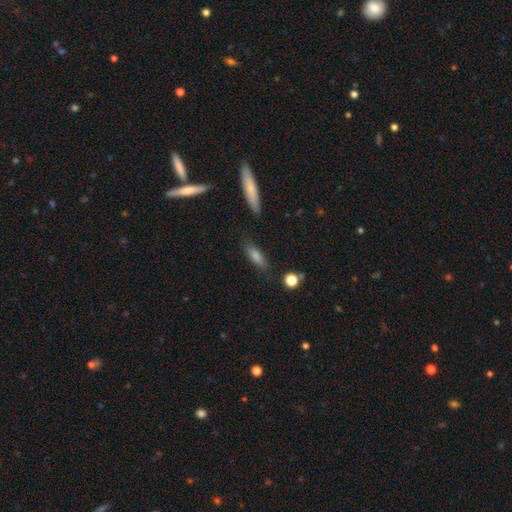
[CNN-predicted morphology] Q: Smooth or featured?
A: smooth (74%); runner-up: featured or disk (17%)
Q: How rounded?
A: cigar-shaped (50%); runner-up: in between (46%)
Q: Merging?
A: none (78%); runner-up: minor disturbance (15%)